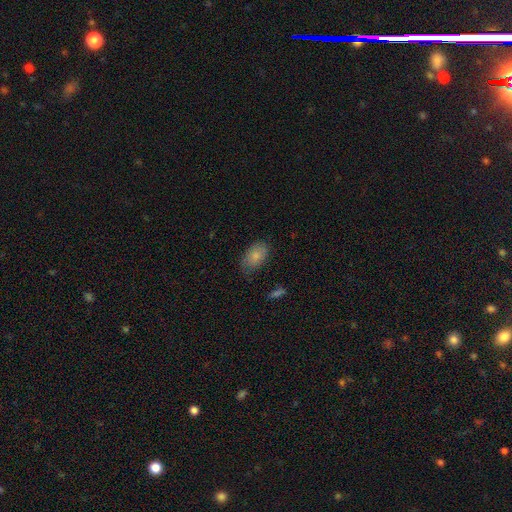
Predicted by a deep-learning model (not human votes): This appears to be a smooth galaxy with no disk features (82%) that is in between round and cigar-shaped (91%). Merging: none (73%).